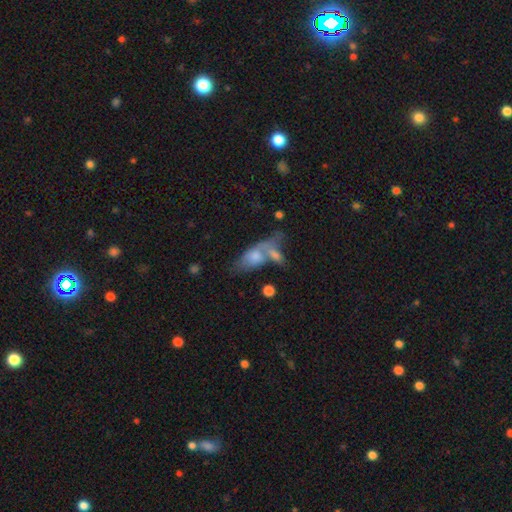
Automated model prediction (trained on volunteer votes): Smooth or featured? Predicted: smooth (p=0.57). How rounded? Predicted: in between (p=0.70). Merging? Predicted: merger (p=0.42).